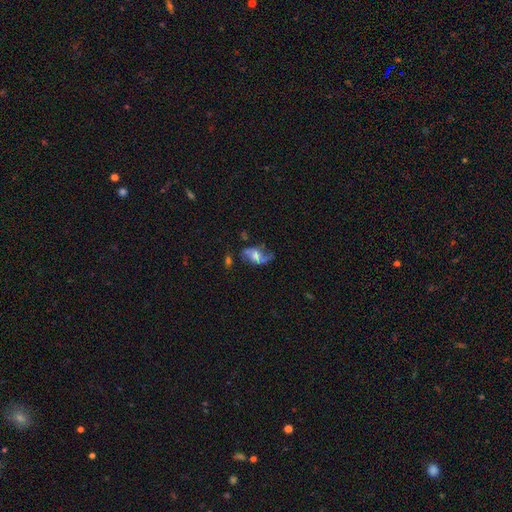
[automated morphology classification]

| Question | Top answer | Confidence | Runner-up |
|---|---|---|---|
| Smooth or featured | featured or disk | 74% | smooth (18%) |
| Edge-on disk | no | 96% | yes (4%) |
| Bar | no | 47% | weak (41%) |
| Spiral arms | yes | 88% | no (12%) |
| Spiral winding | loose | 70% | medium (24%) |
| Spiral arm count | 2 | 86% | 1 (6%) |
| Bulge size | moderate | 47% | small (24%) |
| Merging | none | 57% | minor disturbance (21%) |